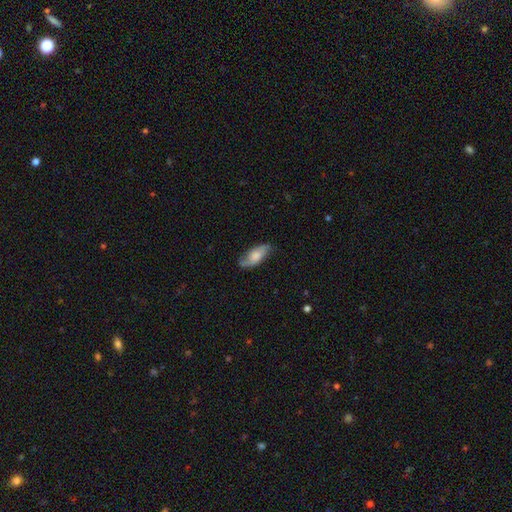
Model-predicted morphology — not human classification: smooth-or-featured: smooth: 48% | featured or disk: 45% | star or artifact: 7%
  merging: none: 71% | minor disturbance: 22% | major disturbance: 6% | merger: 1%